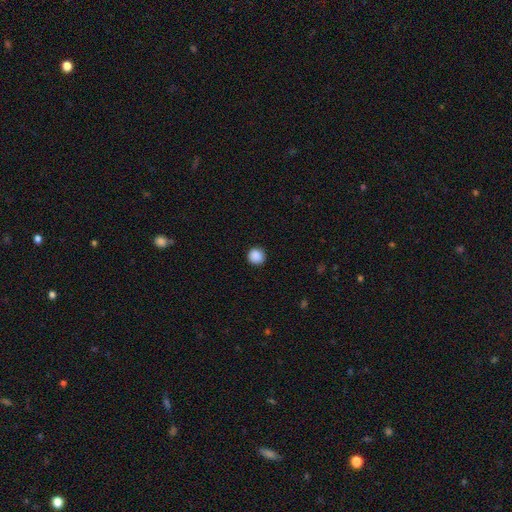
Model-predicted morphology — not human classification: smooth 89%, star or artifact 9%, featured or disk 2%. Down the decision tree: how rounded — round (94%); merging — none (92%).